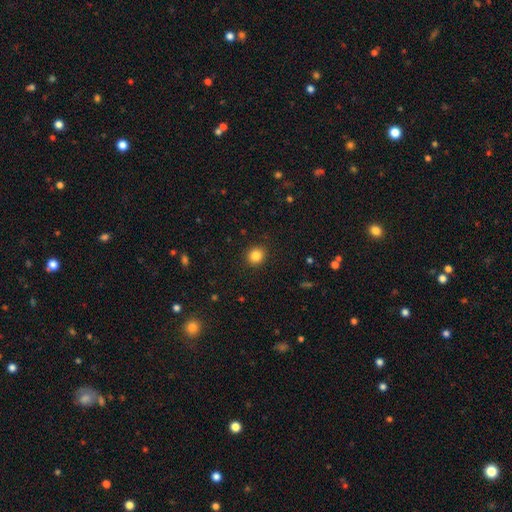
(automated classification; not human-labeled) smooth 84%, star or artifact 11%, featured or disk 5%. Down the decision tree: how rounded — round (85%); merging — none (92%).